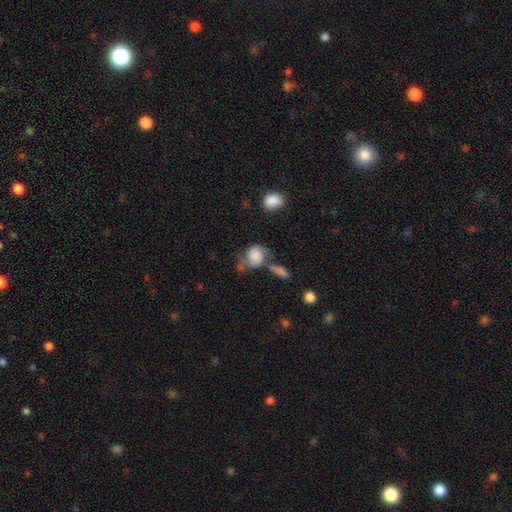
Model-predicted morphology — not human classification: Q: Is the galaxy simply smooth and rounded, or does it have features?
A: smooth — 59%.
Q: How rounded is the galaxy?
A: round — 58%.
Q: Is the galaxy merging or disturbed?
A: none — 33%.